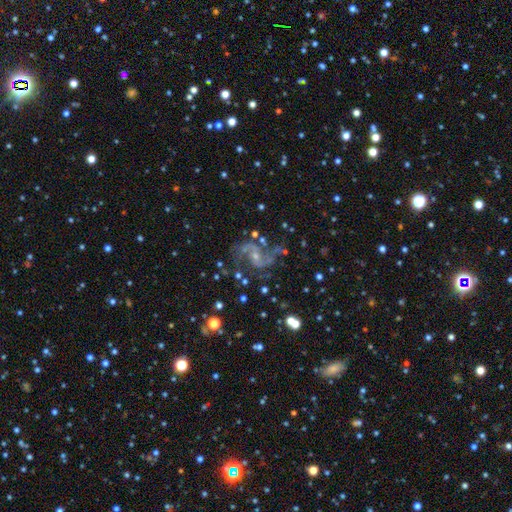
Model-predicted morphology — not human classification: Q: Smooth or featured?
A: featured or disk (78%); runner-up: star or artifact (15%)
Q: Edge-on disk?
A: no (97%); runner-up: yes (3%)
Q: Bar?
A: no (48%); runner-up: weak (39%)
Q: Spiral arms?
A: yes (94%); runner-up: no (6%)
Q: Spiral winding?
A: medium (48%); runner-up: loose (37%)
Q: Spiral arm count?
A: 2 (66%); runner-up: can't tell (12%)
Q: Bulge size?
A: small (63%); runner-up: moderate (28%)
Q: Merging?
A: none (60%); runner-up: major disturbance (18%)